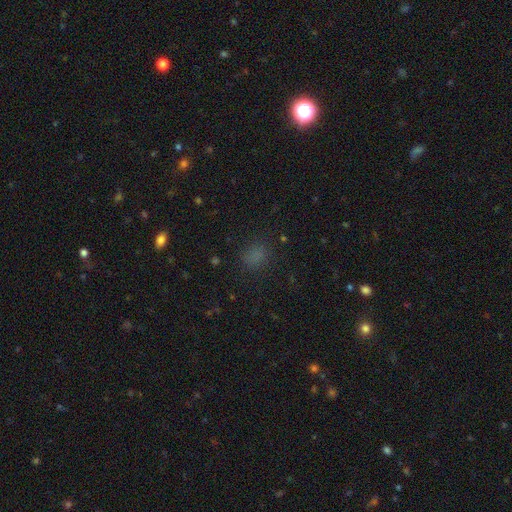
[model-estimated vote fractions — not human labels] A smooth galaxy with no disk features (73%) that is round (54%). Merging: none (80%).